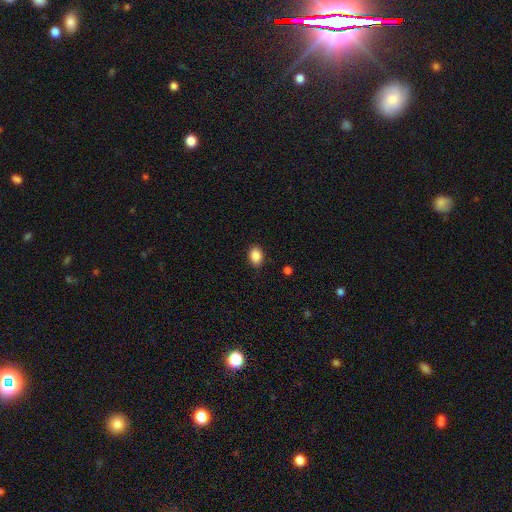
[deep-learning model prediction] The model was most divided on "how rounded": in between: 73%, round: 26%, cigar-shaped: 1%. More confident: smooth or featured — smooth (88%); merging — none (86%).